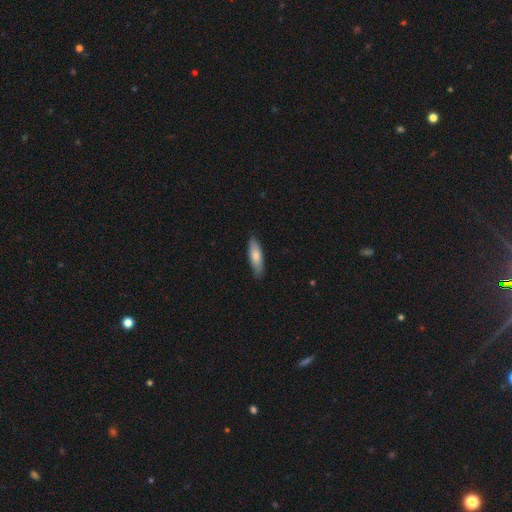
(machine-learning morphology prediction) A smooth galaxy with no disk features (75%) that is cigar-shaped (52%). Merging: none (84%).